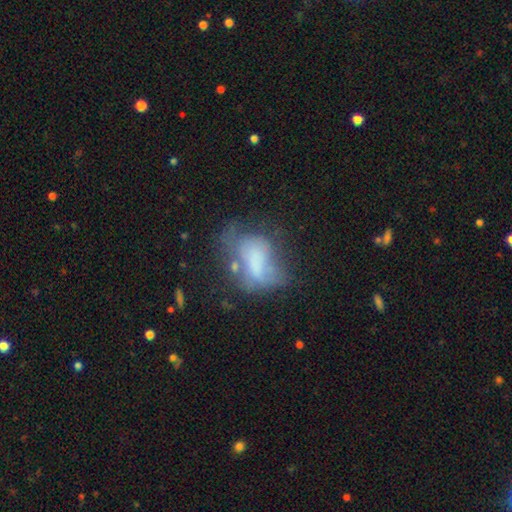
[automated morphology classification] Smooth or featured?
  - smooth: 48% *
  - featured or disk: 38%
  - star or artifact: 13%
Merging?
  - major disturbance: 32% *
  - none: 30%
  - minor disturbance: 27%
  - merger: 11%